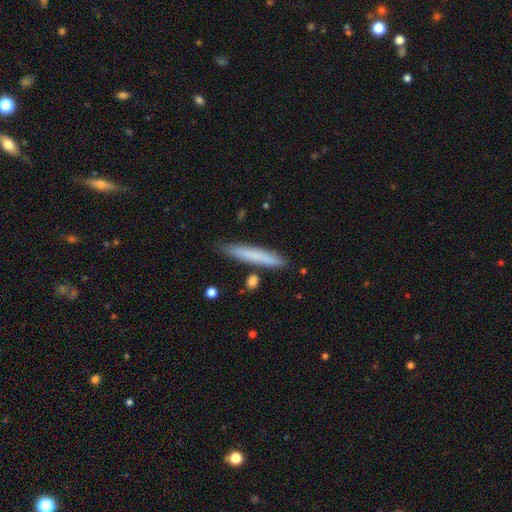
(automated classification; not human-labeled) A smooth galaxy with no disk features (74%) that is cigar-shaped (94%).

Vote fractions:
- Smooth or featured? smooth: 74% / featured or disk: 20% / star or artifact: 6%
- How rounded? cigar-shaped: 94% / in between: 5% / round: 1%
- Merging? none: 84% / minor disturbance: 10% / merger: 4% / major disturbance: 2%